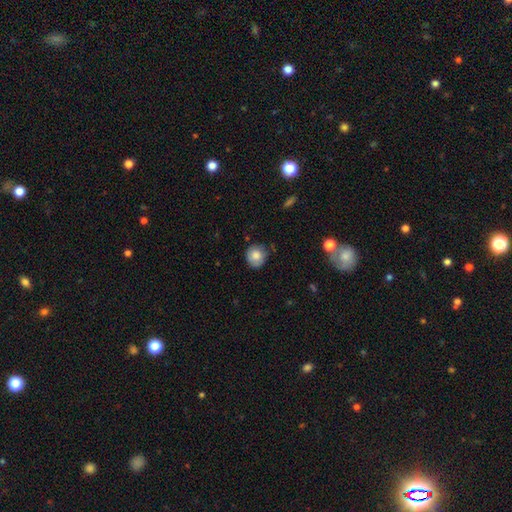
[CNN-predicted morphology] This is likely a smooth galaxy (79%). How rounded: clearly round (83%). Merging: likely none (78%).